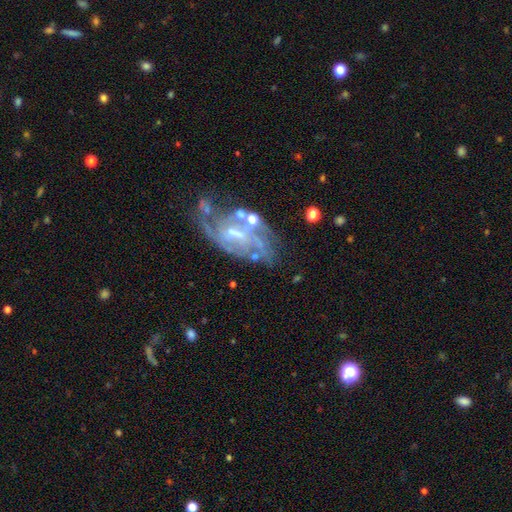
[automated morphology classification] Q: Smooth or featured?
A: featured or disk (74%); runner-up: smooth (14%)
Q: Edge-on disk?
A: no (96%); runner-up: yes (4%)
Q: Bar?
A: weak (42%); runner-up: no (40%)
Q: Spiral arms?
A: yes (69%); runner-up: no (31%)
Q: Bulge size?
A: small (42%); runner-up: none (29%)
Q: Merging?
A: none (40%); runner-up: major disturbance (27%)